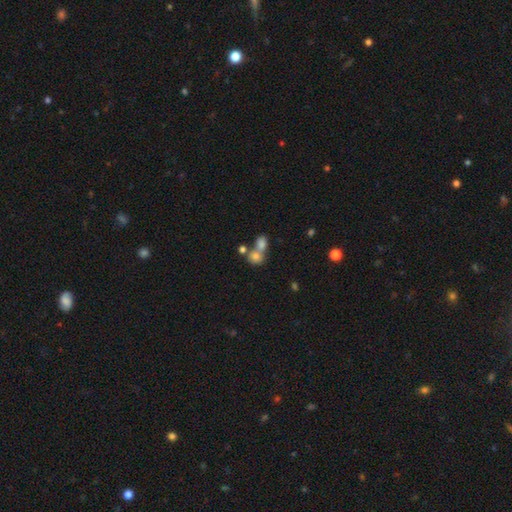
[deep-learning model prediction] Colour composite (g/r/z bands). It shows a smooth galaxy with no disk features (76%) that is round (66%). Merging: merger (57%).